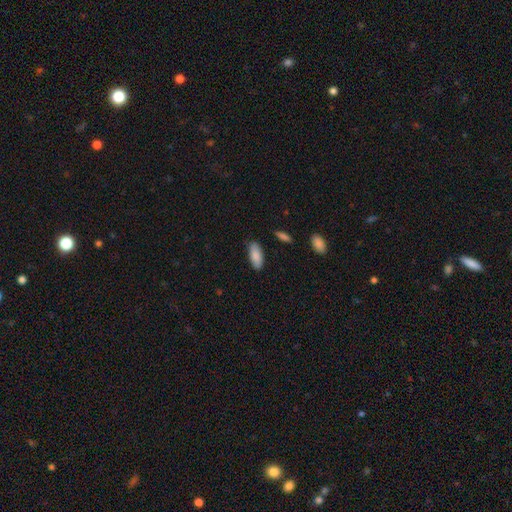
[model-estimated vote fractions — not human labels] smooth-or-featured: smooth: 87% | featured or disk: 7% | star or artifact: 6%
  how-rounded: in between: 85% | cigar-shaped: 14% | round: 2%
  merging: none: 82% | minor disturbance: 14% | major disturbance: 3% | merger: 2%